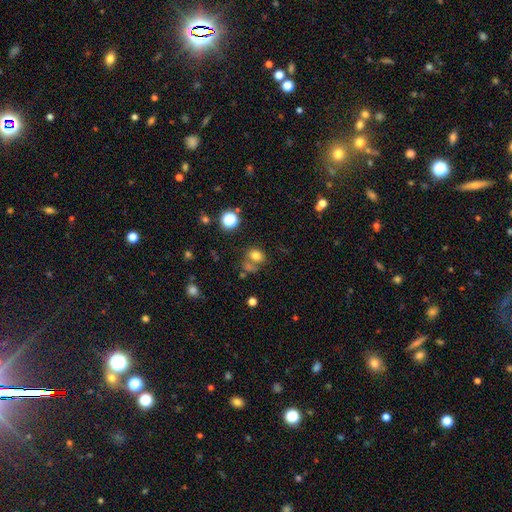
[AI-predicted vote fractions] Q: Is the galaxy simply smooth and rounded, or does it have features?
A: smooth — 76%.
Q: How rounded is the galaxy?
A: in between — 53%.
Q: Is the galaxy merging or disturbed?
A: none — 55%.